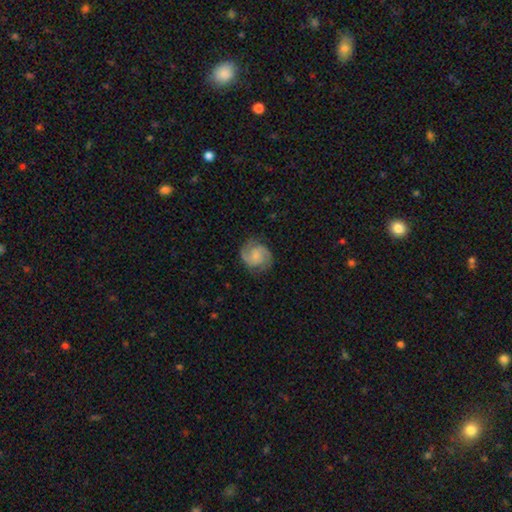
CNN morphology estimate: Smooth or featured? featured or disk (74%)
Edge-on disk? no (98%)
Bar? no (59%)
Spiral arms? yes (96%)
Spiral winding? medium (51%)
Spiral arm count? 2 (82%)
Bulge size? small (48%)
Merging? none (79%)